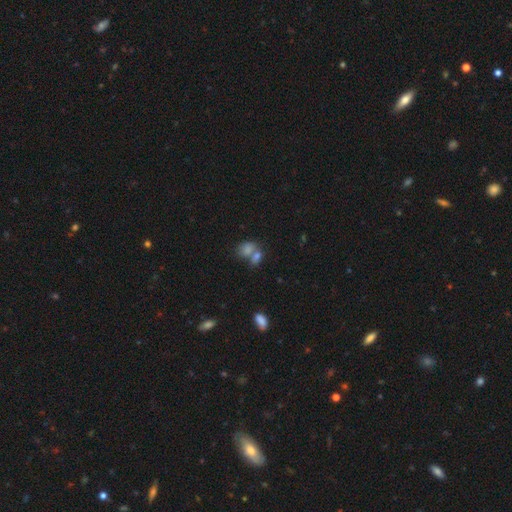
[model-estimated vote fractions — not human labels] A smooth galaxy with no disk features (72%) that is in between round and cigar-shaped (63%). Merging: merger (55%).